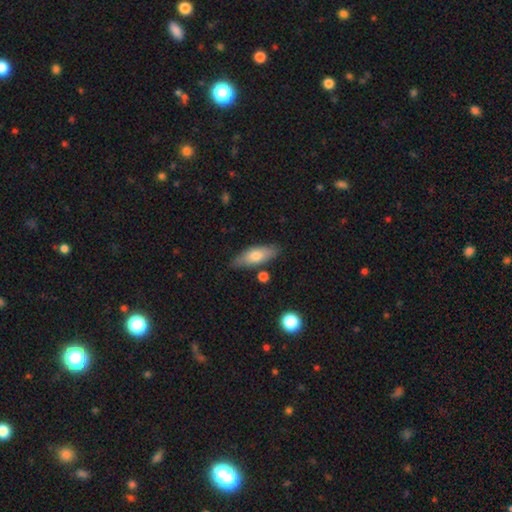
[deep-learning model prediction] smooth_or_featured: smooth (p=0.67) [alt: featured or disk p=0.26]
how_rounded: in between (p=0.61) [alt: cigar-shaped p=0.36]
merging: none (p=0.81) [alt: minor disturbance p=0.13]